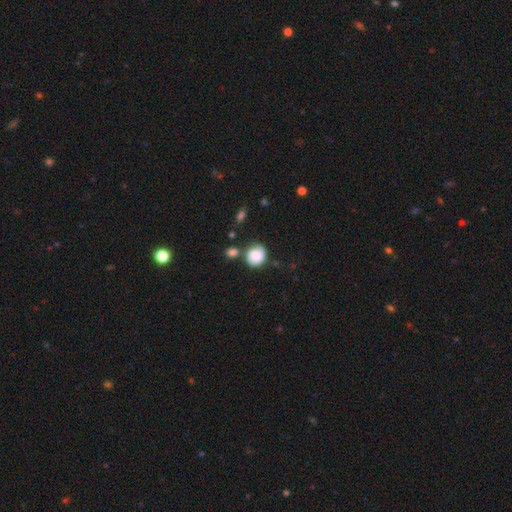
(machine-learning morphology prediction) smooth-or-featured: smooth: 81% | featured or disk: 11% | star or artifact: 8%
  how-rounded: round: 79% | in between: 20% | cigar-shaped: 1%
  merging: none: 54% | minor disturbance: 22% | merger: 16% | major disturbance: 8%